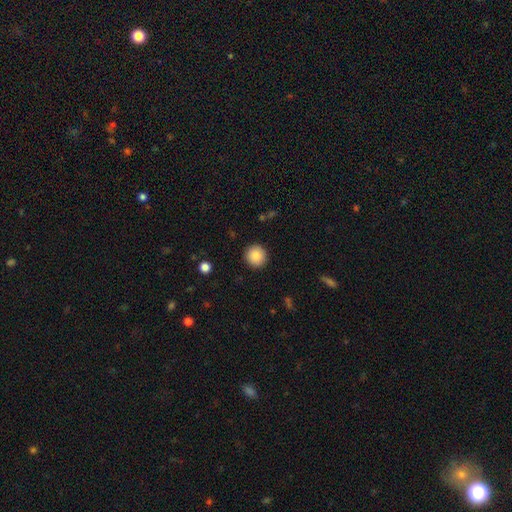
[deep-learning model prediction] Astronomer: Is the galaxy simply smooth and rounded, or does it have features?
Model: smooth — 87%.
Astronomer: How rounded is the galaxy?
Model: round — 94%.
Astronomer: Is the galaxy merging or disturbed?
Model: none — 91%.